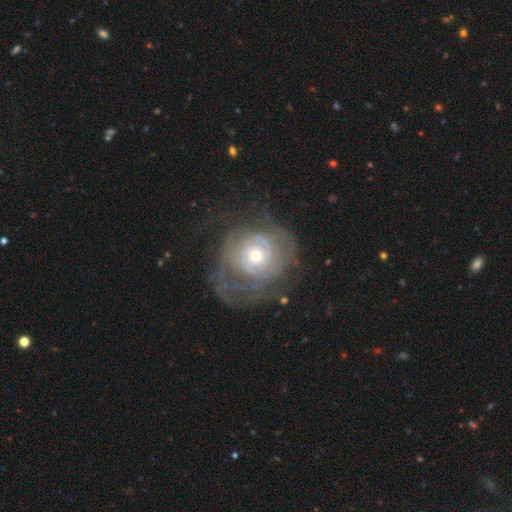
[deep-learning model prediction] Smooth or featured?
  - featured or disk: 82% *
  - smooth: 12%
  - star or artifact: 6%
Edge-on disk?
  - no: 97% *
  - yes: 3%
Bar?
  - no: 79% *
  - weak: 16%
  - strong: 5%
Spiral arms?
  - yes: 87% *
  - no: 13%
Spiral winding?
  - tight: 73% *
  - medium: 19%
  - loose: 8%
Spiral arm count?
  - can't tell: 47% *
  - 2: 22%
  - 3: 11%
  - 4: 7%
  - 1: 6%
  - more than 4: 6%
Bulge size?
  - small: 48% *
  - moderate: 46%
  - large: 4%
  - dominant: 1%
  - none: 1%
Merging?
  - none: 55% *
  - major disturbance: 25%
  - minor disturbance: 19%
  - merger: 2%